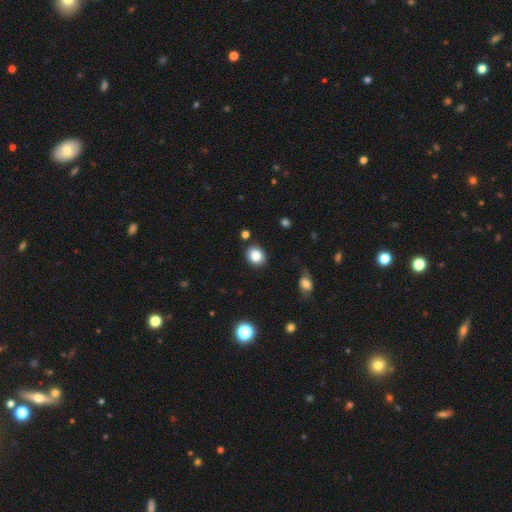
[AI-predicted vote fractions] Morphology: type=smooth (84%); roundness=round (71%); merging=none (88%).